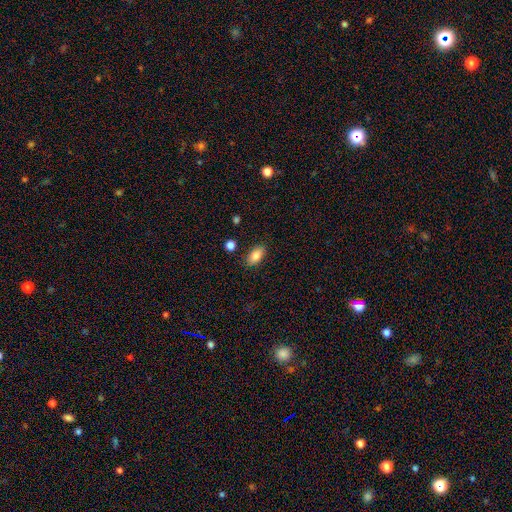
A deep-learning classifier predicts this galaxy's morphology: smooth-or-featured: smooth: 84% | star or artifact: 8% | featured or disk: 8%
  how-rounded: in between: 90% | cigar-shaped: 5% | round: 5%
  merging: none: 83% | minor disturbance: 12% | major disturbance: 3% | merger: 3%